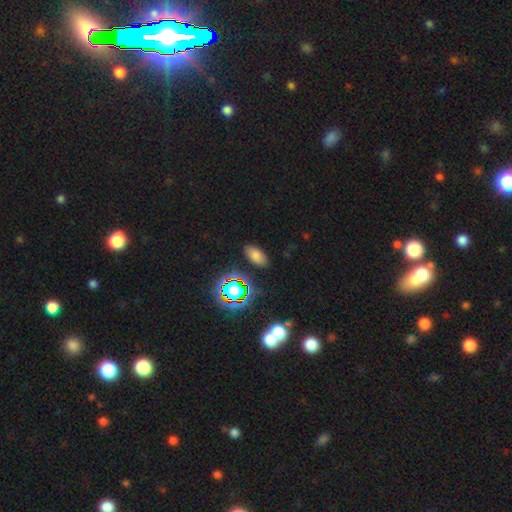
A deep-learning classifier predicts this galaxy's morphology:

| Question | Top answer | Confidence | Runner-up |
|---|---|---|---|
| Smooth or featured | smooth | 70% | star or artifact (22%) |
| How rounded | in between | 91% | round (6%) |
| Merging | none | 85% | minor disturbance (10%) |